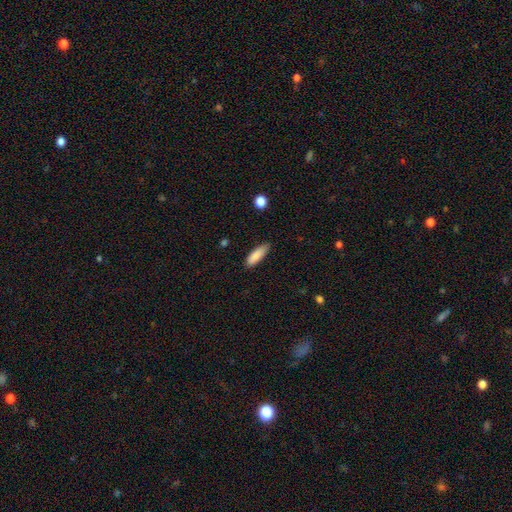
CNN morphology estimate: This is clearly a smooth galaxy (87%). How rounded: possibly cigar-shaped (50%). Merging: clearly none (81%).